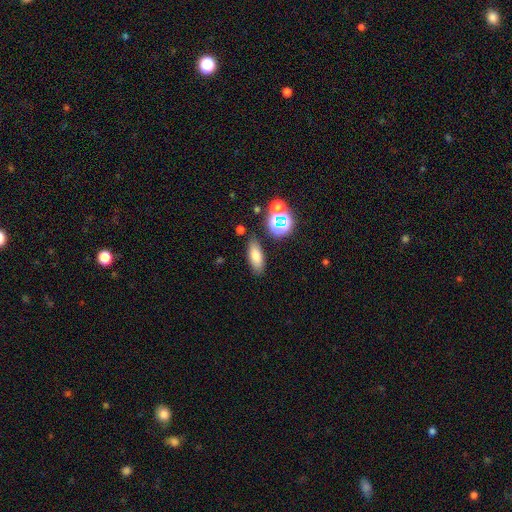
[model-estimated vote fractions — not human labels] A smooth galaxy with no disk features (74%) that is in between round and cigar-shaped (70%).

Vote fractions:
- Smooth or featured? smooth: 74% / star or artifact: 13% / featured or disk: 13%
- How rounded? in between: 70% / cigar-shaped: 23% / round: 7%
- Merging? none: 83% / minor disturbance: 10% / merger: 5% / major disturbance: 3%